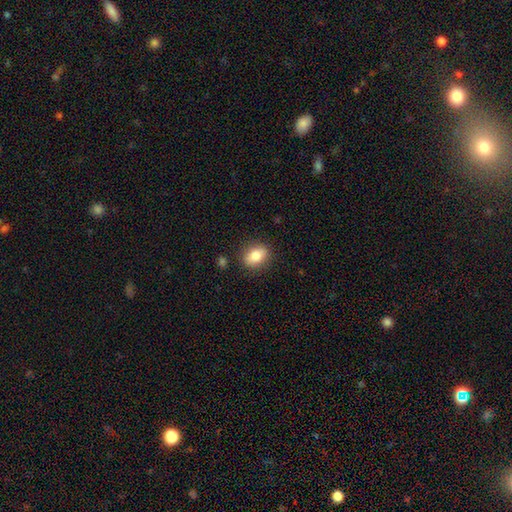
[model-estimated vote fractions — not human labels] A smooth galaxy with no disk features (82%) that is in between round and cigar-shaped (71%).

Vote fractions:
- Smooth or featured? smooth: 82% / featured or disk: 10% / star or artifact: 8%
- How rounded? in between: 71% / round: 27% / cigar-shaped: 2%
- Merging? none: 86% / minor disturbance: 10% / major disturbance: 3% / merger: 2%